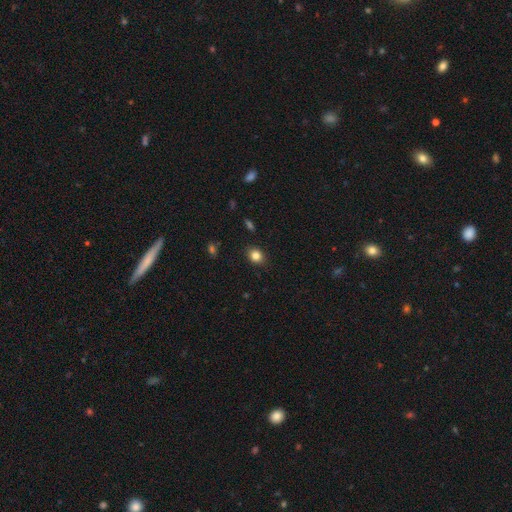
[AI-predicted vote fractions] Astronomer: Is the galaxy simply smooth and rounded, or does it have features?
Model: smooth — 83%.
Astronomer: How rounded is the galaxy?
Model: round — 61% (runner-up: in between, 38%).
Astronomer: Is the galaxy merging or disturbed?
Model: none — 88%.